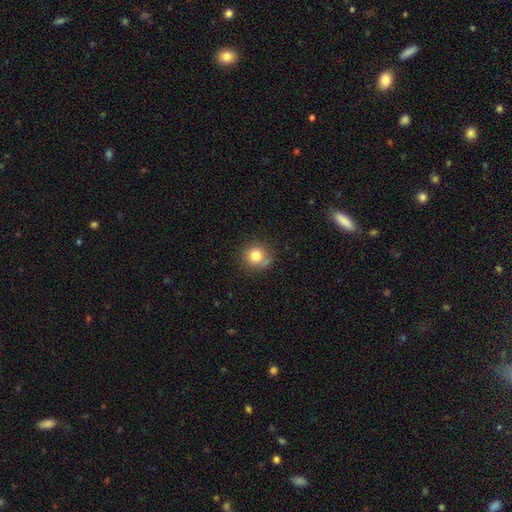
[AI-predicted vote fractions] smooth 80%, star or artifact 12%, featured or disk 8%. Down the decision tree: how rounded — round (89%); merging — none (74%).